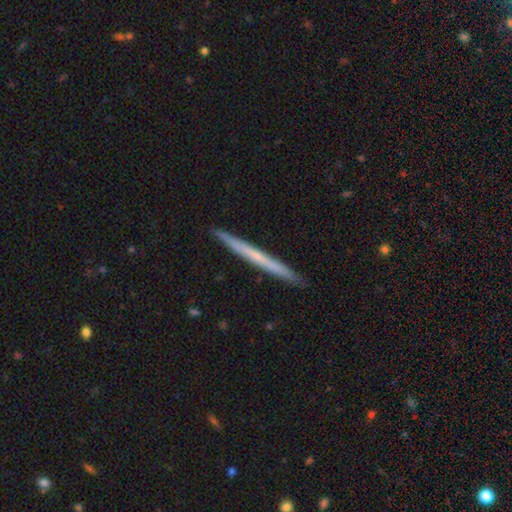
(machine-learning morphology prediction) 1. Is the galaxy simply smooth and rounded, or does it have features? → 48% smooth, 47% featured or disk, 5% star or artifact.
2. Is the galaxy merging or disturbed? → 92% none, 6% minor disturbance, 1% major disturbance, 1% merger.